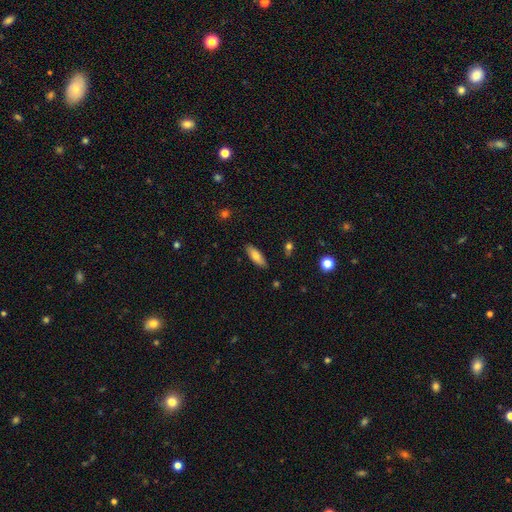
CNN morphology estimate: Smooth or featured: smooth — 74% (featured or disk — 19%)
How rounded: in between — 63% (cigar-shaped — 35%)
Merging: none — 87% (minor disturbance — 10%)